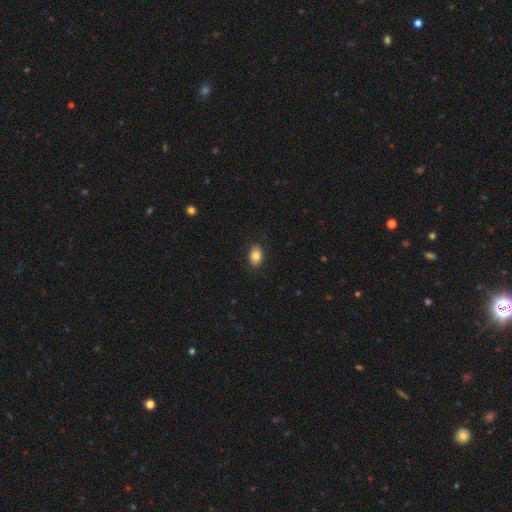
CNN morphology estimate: Smooth or featured? Predicted: smooth (p=0.83). How rounded? Predicted: in between (p=0.82). Merging? Predicted: none (p=0.87).